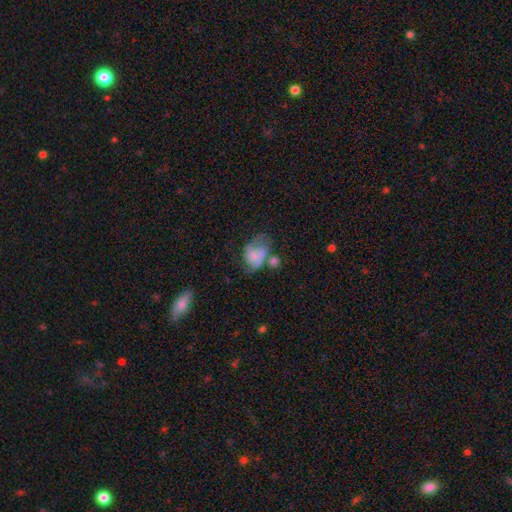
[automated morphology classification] smooth-or-featured: featured or disk: 48% | smooth: 43% | star or artifact: 9%
  merging: none: 27% | major disturbance: 26% | merger: 24% | minor disturbance: 23%